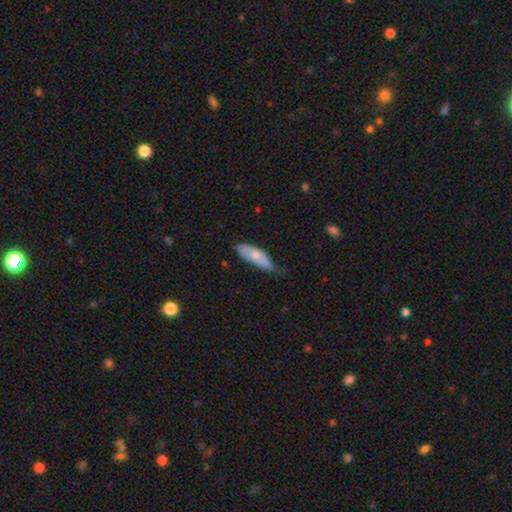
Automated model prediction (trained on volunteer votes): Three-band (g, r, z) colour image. It shows a smooth galaxy with no disk features (68%) that is in between round and cigar-shaped (67%). Merging: minor disturbance (45%).